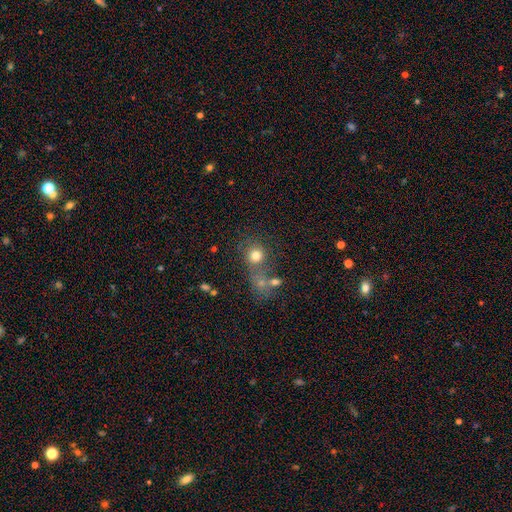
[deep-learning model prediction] Overall: smooth (74%). How rounded: round (84%). Merging: none (54%; merger 25%).